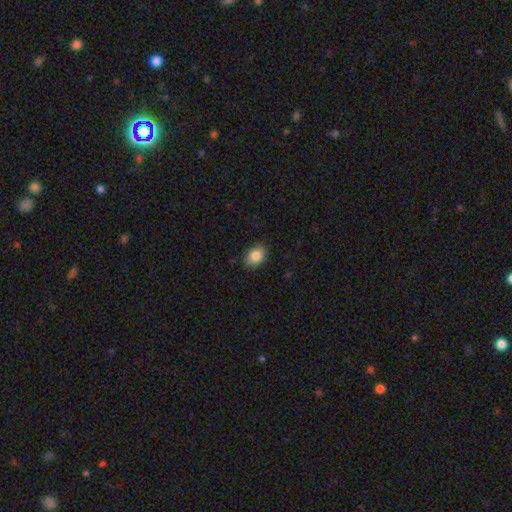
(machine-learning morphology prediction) type=smooth (85%); roundness=in between (78%); merging=none (88%).